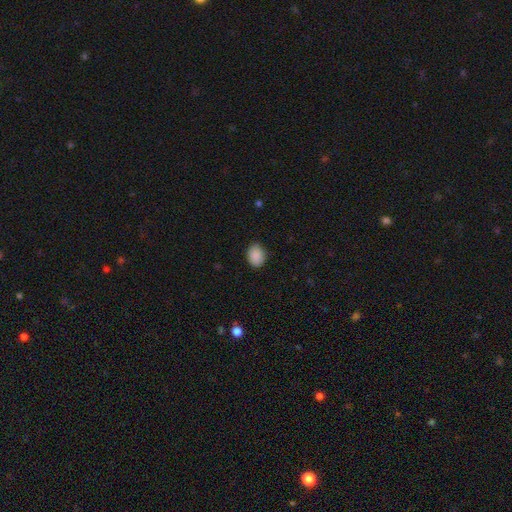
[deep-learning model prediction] smooth_or_featured: smooth (p=0.89) [alt: star or artifact p=0.08]
how_rounded: in between (p=0.60) [alt: round p=0.39]
merging: none (p=0.85) [alt: minor disturbance p=0.12]